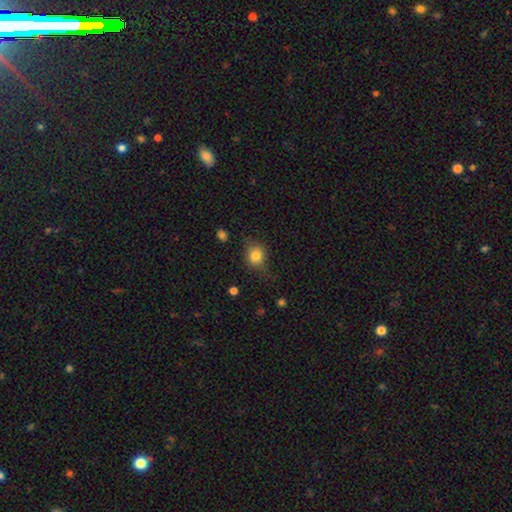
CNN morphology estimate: smooth 78%, featured or disk 12%, star or artifact 11%. Down the decision tree: how rounded — round (65%); merging — none (64%).